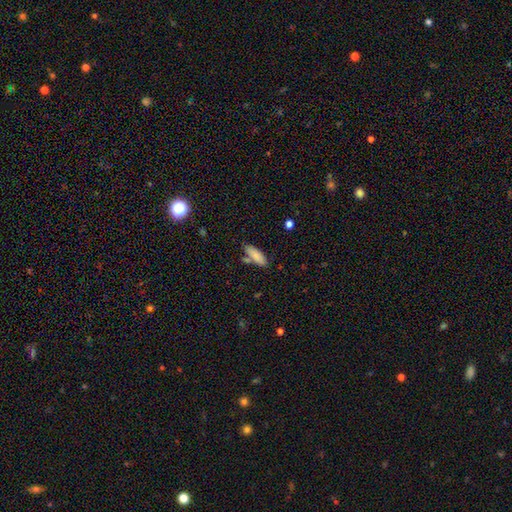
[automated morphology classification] This appears to be a smooth galaxy with no disk features (85%) that is in between round and cigar-shaped (64%). Merging: none (72%).